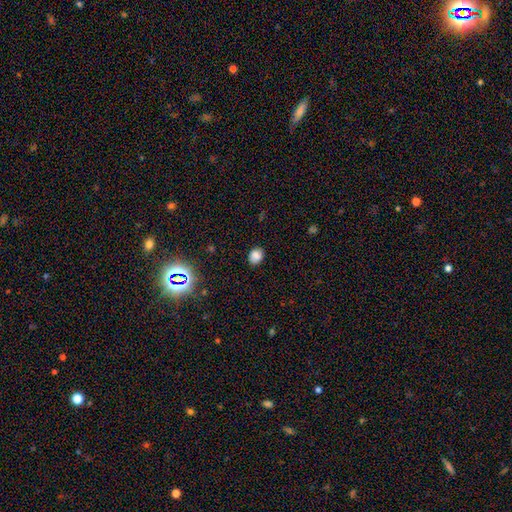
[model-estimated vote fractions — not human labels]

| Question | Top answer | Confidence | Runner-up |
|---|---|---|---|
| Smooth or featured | smooth | 81% | star or artifact (13%) |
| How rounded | round | 52% | in between (47%) |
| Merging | none | 86% | minor disturbance (11%) |